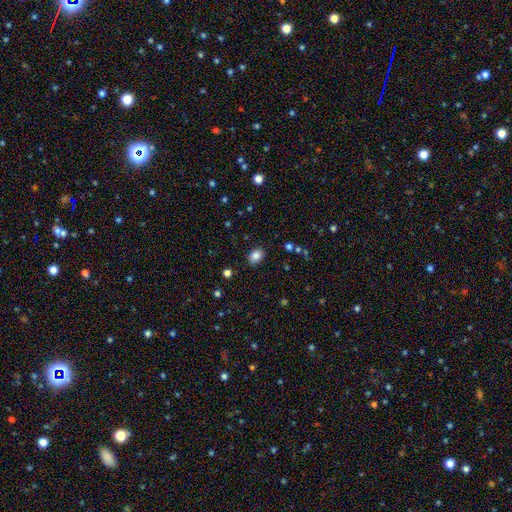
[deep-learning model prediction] The model was most divided on "how rounded": in between: 64%, round: 35%, cigar-shaped: 1%. More confident: merging — none (86%); smooth or featured — smooth (85%).